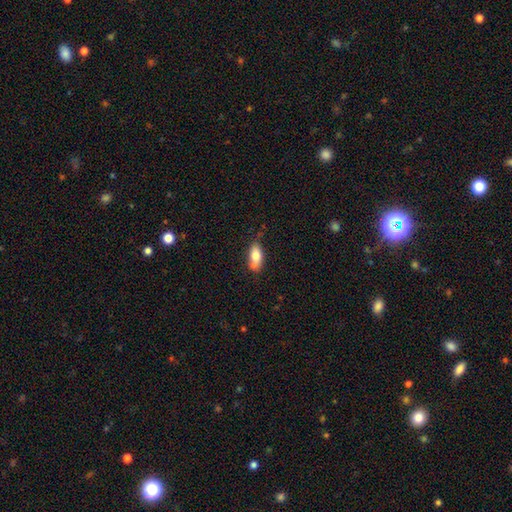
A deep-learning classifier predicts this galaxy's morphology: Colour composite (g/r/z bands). It shows a smooth galaxy with no disk features (74%) that is in between round and cigar-shaped (85%). Merging: none (61%).